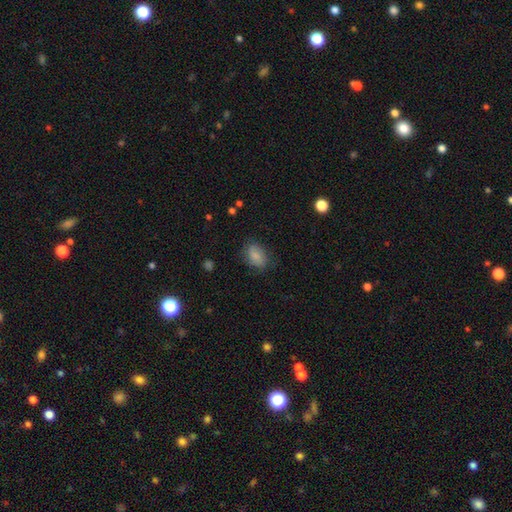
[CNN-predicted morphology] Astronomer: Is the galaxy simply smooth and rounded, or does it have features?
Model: smooth — 81%.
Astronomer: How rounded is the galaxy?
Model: in between — 81%.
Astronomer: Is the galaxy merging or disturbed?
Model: none — 72%.